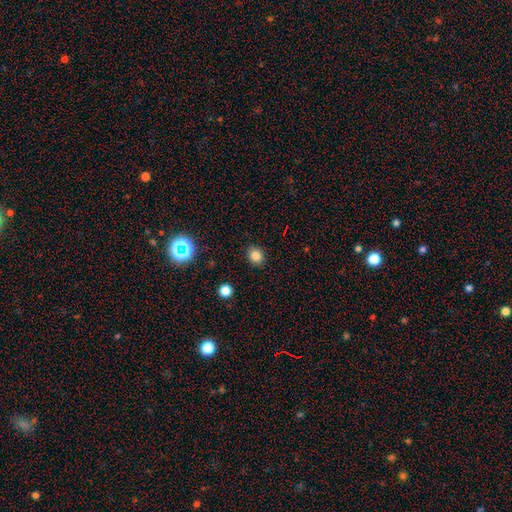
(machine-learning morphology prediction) Smooth or featured: smooth — 81% (star or artifact — 14%)
How rounded: round — 63% (in between — 37%)
Merging: none — 88% (minor disturbance — 8%)